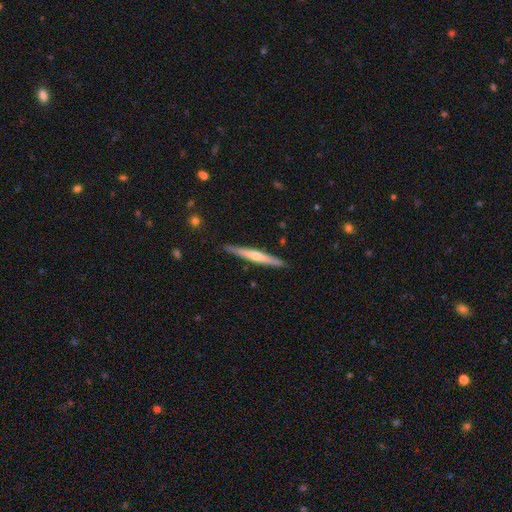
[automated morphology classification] The model was most divided on "smooth or featured": featured or disk: 60%, smooth: 34%, star or artifact: 6%. More confident: edge-on disk — yes (97%); merging — none (90%); edge-on bulge — rounded (60%).